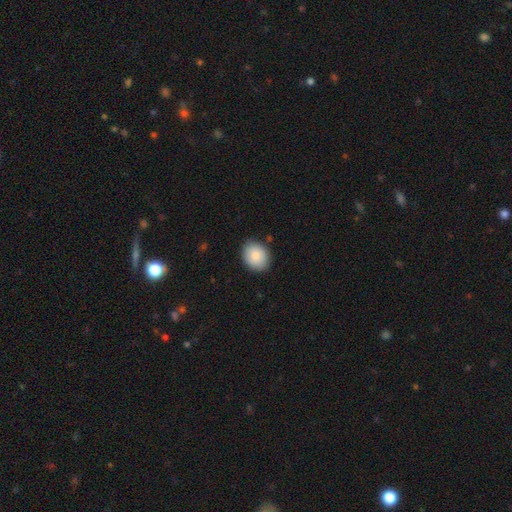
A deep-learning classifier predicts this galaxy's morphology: The model was most divided on "how rounded": in between: 52%, round: 48%, cigar-shaped: 1%. More confident: smooth or featured — smooth (87%); merging — none (85%).